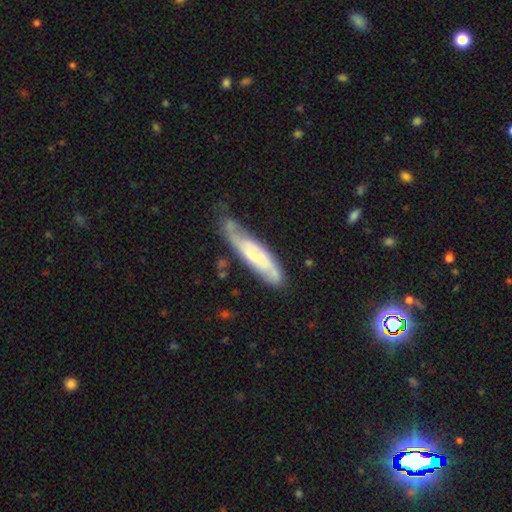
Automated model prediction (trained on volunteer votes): Overall: featured or disk (63%; smooth 32%). Edge-on disk: no (70%). Merging: none (58%; minor disturbance 29%).